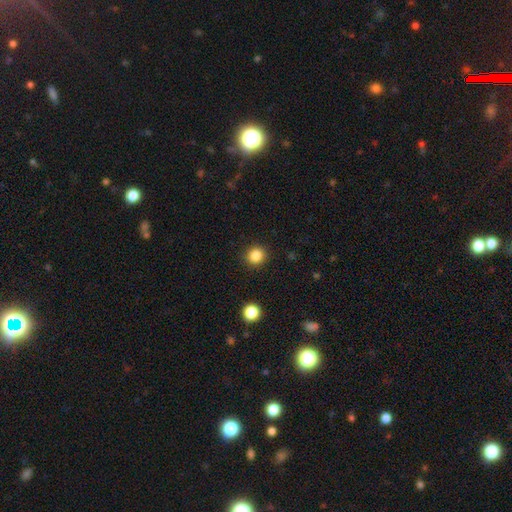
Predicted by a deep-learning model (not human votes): Smooth or featured?
  - smooth: 84% *
  - star or artifact: 12%
  - featured or disk: 4%
How rounded?
  - round: 90% *
  - in between: 9%
  - cigar-shaped: 1%
Merging?
  - none: 91% *
  - minor disturbance: 5%
  - major disturbance: 2%
  - merger: 1%